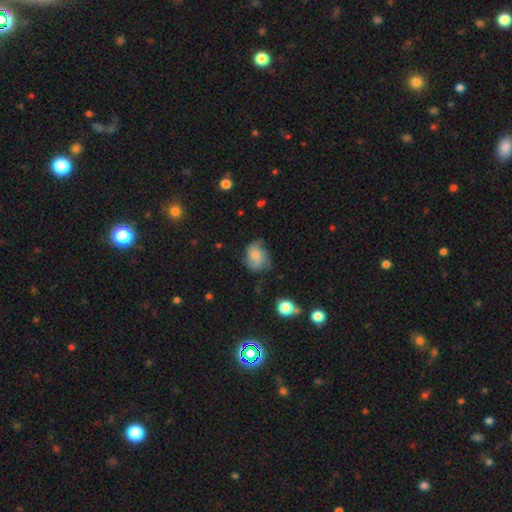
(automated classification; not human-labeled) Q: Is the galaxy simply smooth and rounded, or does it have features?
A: smooth — 57%.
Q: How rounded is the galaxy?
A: in between — 52%.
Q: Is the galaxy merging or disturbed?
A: none — 48%.